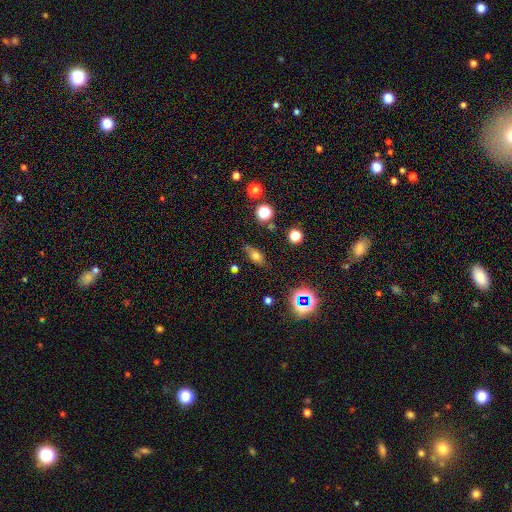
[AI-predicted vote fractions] Overall: smooth (65%). How rounded: in between (71%). Merging: none (77%).